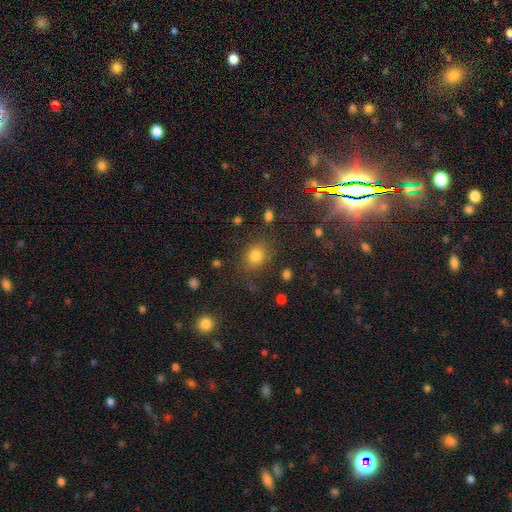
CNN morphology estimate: Smooth or featured? Predicted: smooth (p=0.74). How rounded? Predicted: round (p=0.62). Merging? Predicted: none (p=0.78).